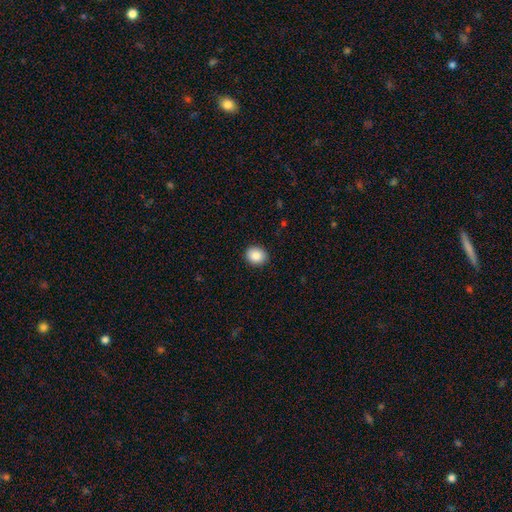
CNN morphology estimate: Smooth or featured?
  - smooth: 87% *
  - star or artifact: 8%
  - featured or disk: 5%
How rounded?
  - round: 61% *
  - in between: 38%
  - cigar-shaped: 1%
Merging?
  - none: 90% *
  - minor disturbance: 7%
  - major disturbance: 2%
  - merger: 1%